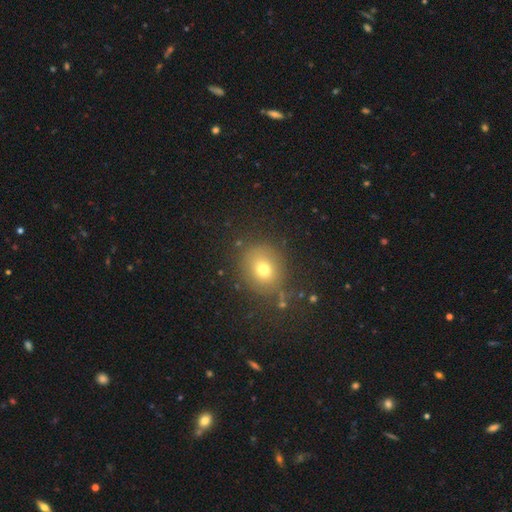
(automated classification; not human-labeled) The model was most divided on "smooth or featured": smooth: 68%, star or artifact: 22%, featured or disk: 10%. More confident: merging — none (78%); how rounded — round (73%).